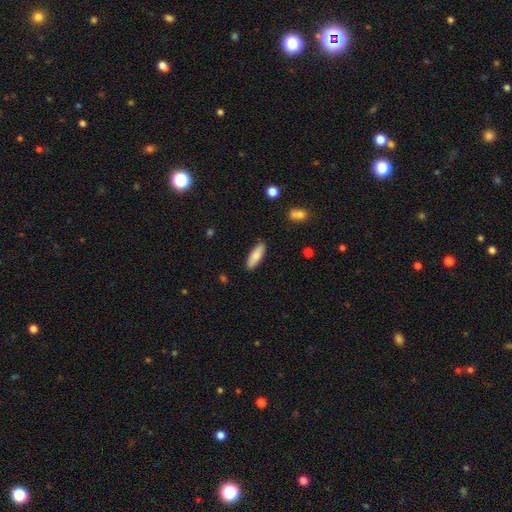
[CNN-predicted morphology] Overall: smooth (82%). How rounded: in between (56%; cigar-shaped 42%). Merging: none (87%).